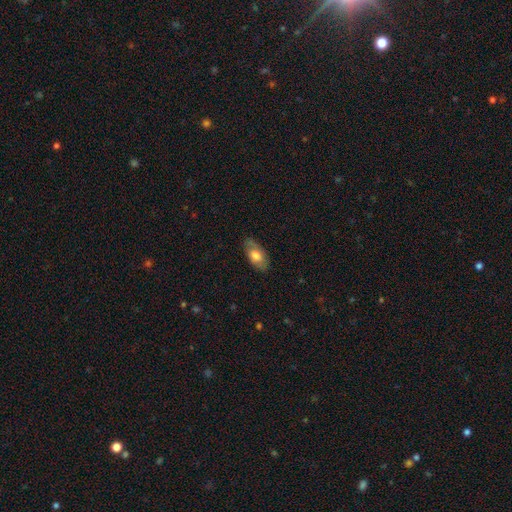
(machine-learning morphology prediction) type=smooth (66%); roundness=in between (92%); merging=none (78%).